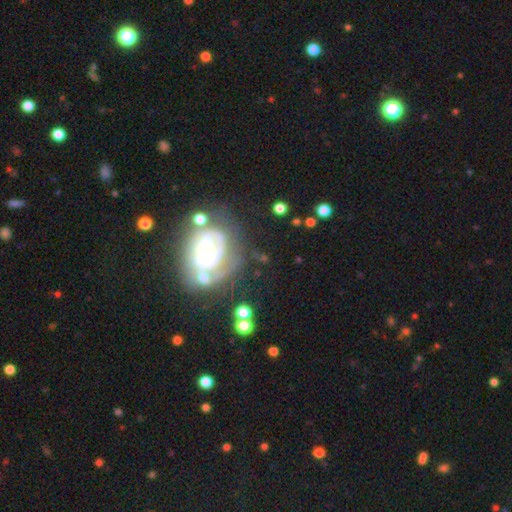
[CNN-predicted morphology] This is likely a featured or disk galaxy (74%). It is clearly not viewed edge-on (97%). Bar: likely no (70%). Spiral arm pattern: clearly yes (82%). Spiral arm count: marginally can't tell (38%). Spiral winding: likely tight (65%). Central bulge: likely small (64%). Merging: possibly none (54%).